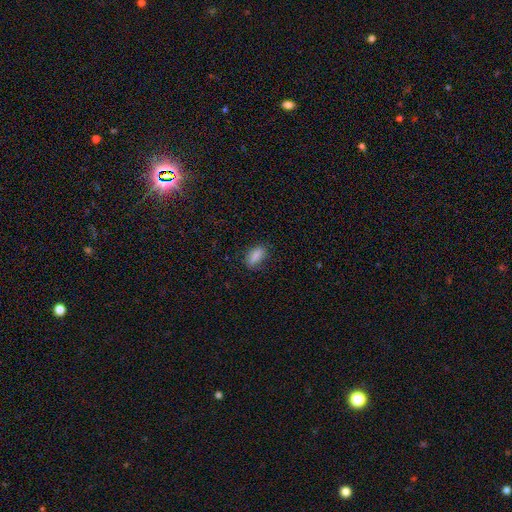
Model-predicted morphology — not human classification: smooth-or-featured: smooth: 86% | star or artifact: 8% | featured or disk: 6%
  how-rounded: in between: 85% | cigar-shaped: 11% | round: 4%
  merging: none: 80% | minor disturbance: 15% | major disturbance: 4% | merger: 1%